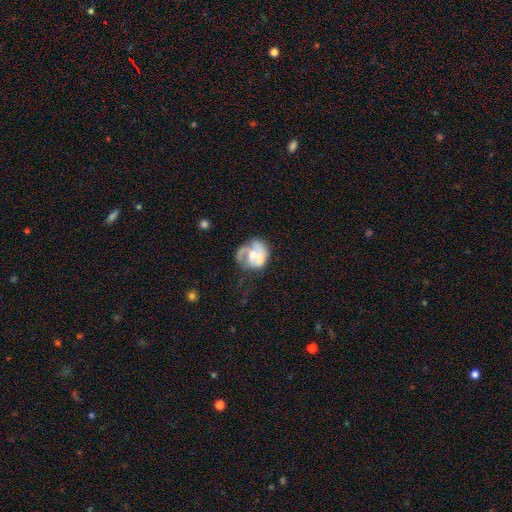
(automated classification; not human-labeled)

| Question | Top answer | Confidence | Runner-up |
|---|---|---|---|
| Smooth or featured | featured or disk | 59% | smooth (34%) |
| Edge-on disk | no | 98% | yes (2%) |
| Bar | no | 78% | weak (17%) |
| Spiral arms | no | 61% | yes (39%) |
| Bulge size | moderate | 61% | small (21%) |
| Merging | merger | 32% | major disturbance (27%) |